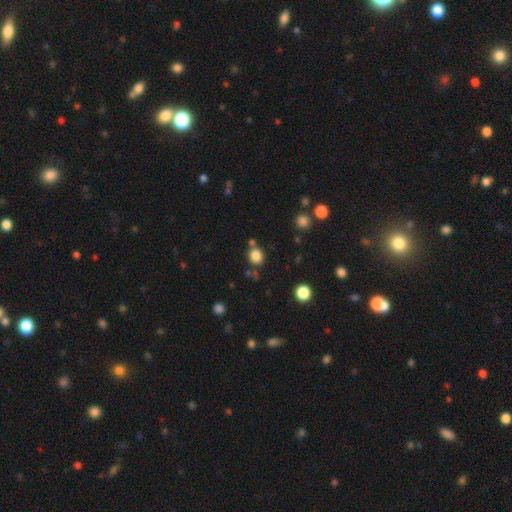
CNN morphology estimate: Q: Smooth or featured?
A: smooth (83%); runner-up: star or artifact (12%)
Q: How rounded?
A: round (77%); runner-up: in between (22%)
Q: Merging?
A: none (73%); runner-up: merger (14%)